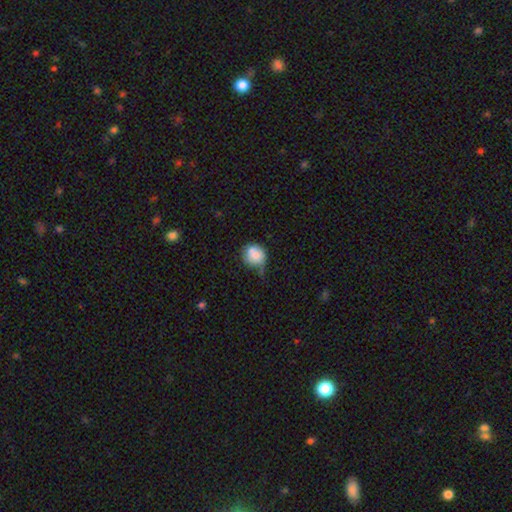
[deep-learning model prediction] A smooth galaxy with no disk features (77%) that is round (74%). Merging: none (39%).